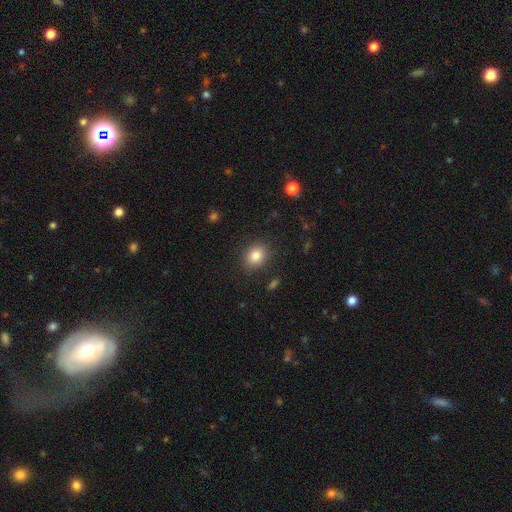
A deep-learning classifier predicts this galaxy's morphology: Q: Smooth or featured?
A: smooth (83%); runner-up: star or artifact (10%)
Q: How rounded?
A: round (57%); runner-up: in between (42%)
Q: Merging?
A: none (85%); runner-up: minor disturbance (10%)